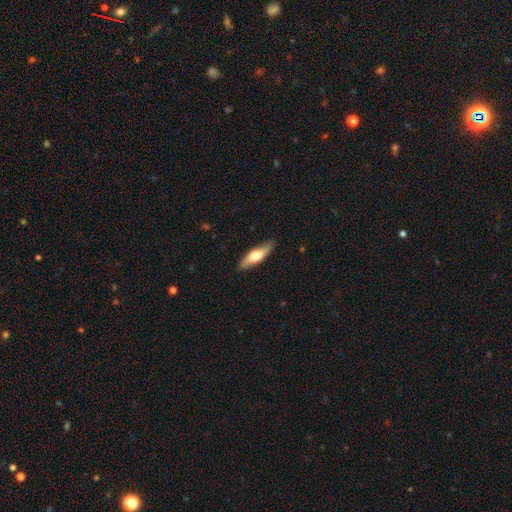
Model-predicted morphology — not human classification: Smooth or featured? Predicted: smooth (p=0.59). How rounded? Predicted: cigar-shaped (p=0.59). Merging? Predicted: none (p=0.87).